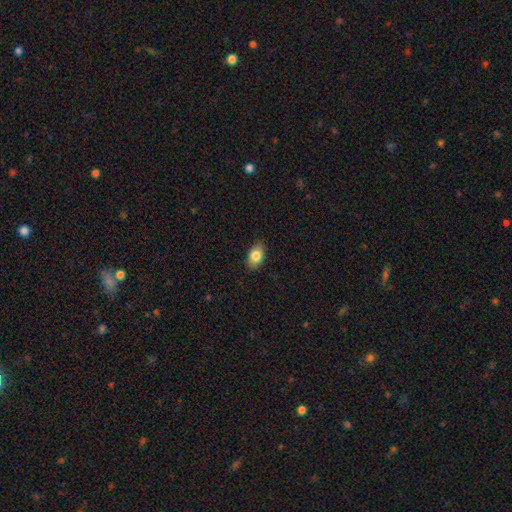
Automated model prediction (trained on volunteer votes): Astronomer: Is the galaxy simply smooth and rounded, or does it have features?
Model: smooth — 82%.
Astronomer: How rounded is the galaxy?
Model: in between — 89%.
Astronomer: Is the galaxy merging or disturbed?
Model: none — 86%.